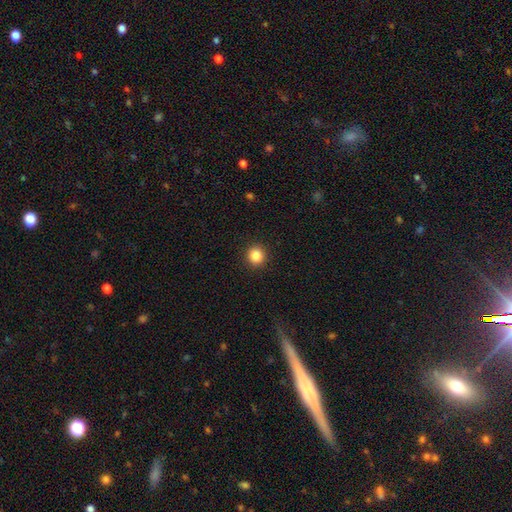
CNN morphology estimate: The model was most divided on "smooth or featured": smooth: 85%, star or artifact: 11%, featured or disk: 4%. More confident: merging — none (92%); how rounded — round (90%).